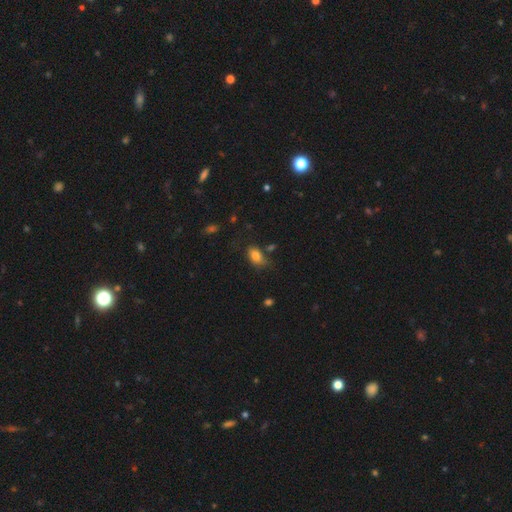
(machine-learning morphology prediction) The model was most divided on "merging": none: 61%, minor disturbance: 25%, major disturbance: 9%, merger: 6%. More confident: how rounded — in between (87%); smooth or featured — smooth (81%).